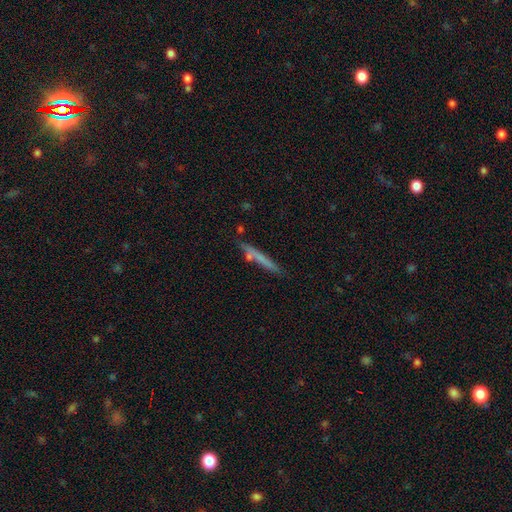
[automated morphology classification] Q: Smooth or featured?
A: smooth (54%); runner-up: featured or disk (34%)
Q: How rounded?
A: cigar-shaped (94%); runner-up: in between (4%)
Q: Merging?
A: none (77%); runner-up: minor disturbance (14%)